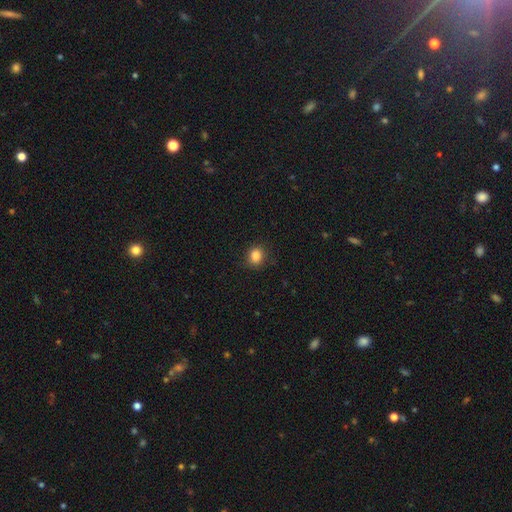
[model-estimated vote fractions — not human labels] Q: Smooth or featured?
A: smooth (85%); runner-up: star or artifact (11%)
Q: How rounded?
A: round (70%); runner-up: in between (29%)
Q: Merging?
A: none (86%); runner-up: minor disturbance (11%)